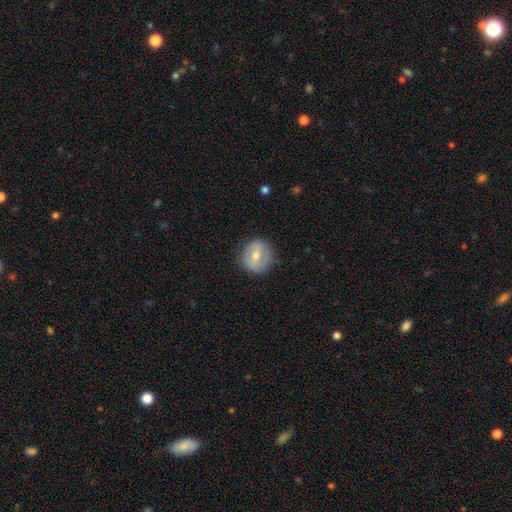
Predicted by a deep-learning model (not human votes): Smooth or featured? smooth (55%)
How rounded? round (89%)
Merging? none (83%)